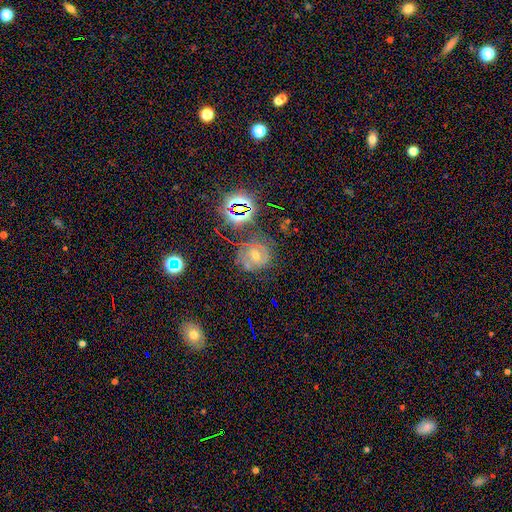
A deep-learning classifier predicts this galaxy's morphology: Q: Smooth or featured?
A: featured or disk (52%); runner-up: star or artifact (30%)
Q: Edge-on disk?
A: no (96%); runner-up: yes (4%)
Q: Merging?
A: none (72%); runner-up: minor disturbance (16%)